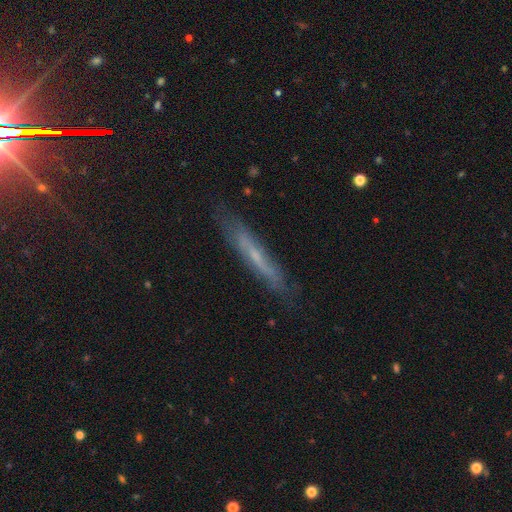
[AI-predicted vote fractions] Smooth or featured: featured or disk — 53% (smooth — 37%)
Edge-on disk: yes — 80% (no — 20%)
Merging: none — 79% (minor disturbance — 16%)